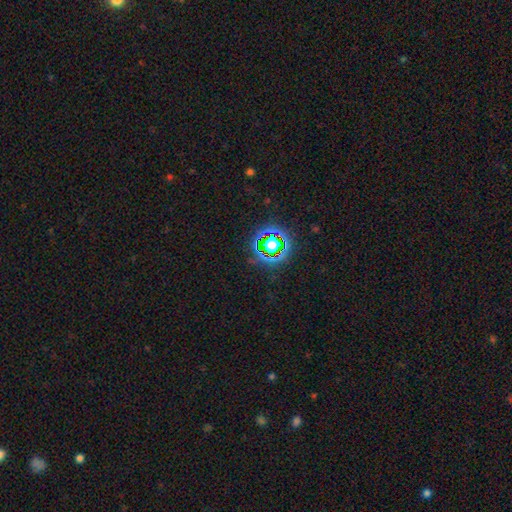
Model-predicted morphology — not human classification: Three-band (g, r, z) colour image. It shows a star or artifact, not a galaxy (74%).